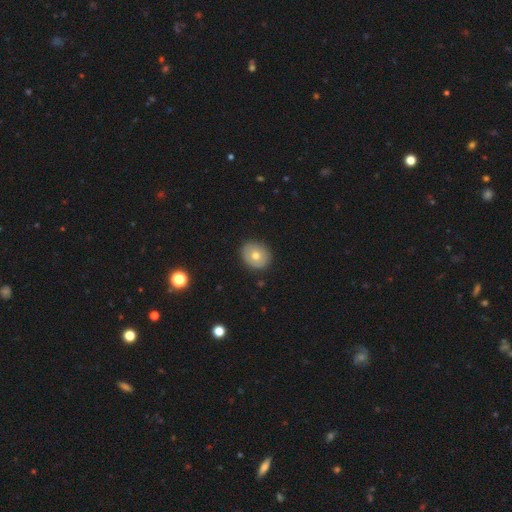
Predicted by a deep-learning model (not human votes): A smooth galaxy with no disk features (69%) that is round (63%). Merging: none (89%).